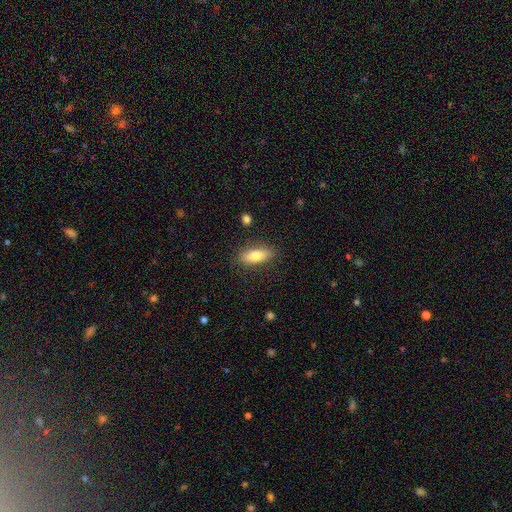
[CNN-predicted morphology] type=smooth (78%); roundness=in between (72%); merging=none (85%).